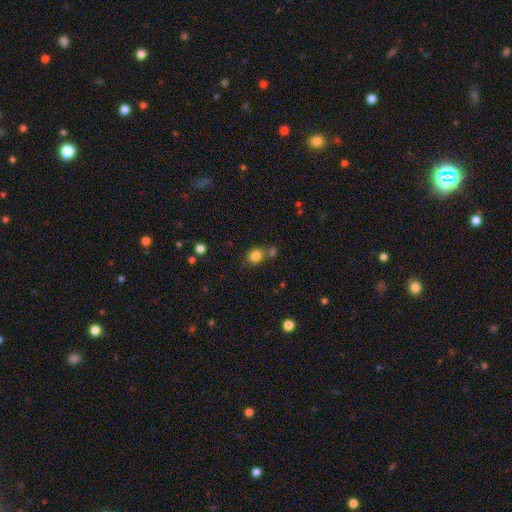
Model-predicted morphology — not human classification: Overall: smooth (82%). How rounded: round (70%). Merging: none (64%).